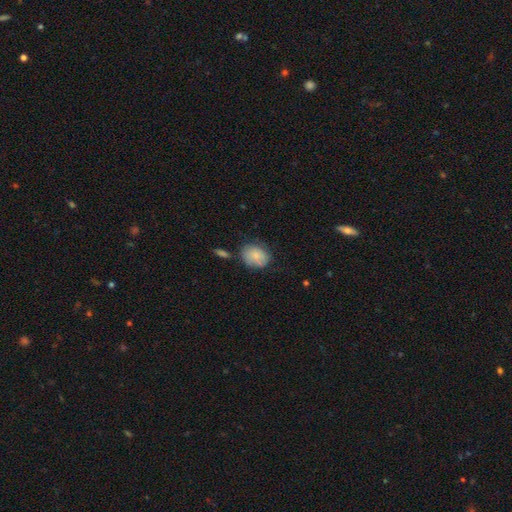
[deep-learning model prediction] This appears to be a smooth galaxy with no disk features (80%) that is in between round and cigar-shaped (51%). Merging: none (63%).